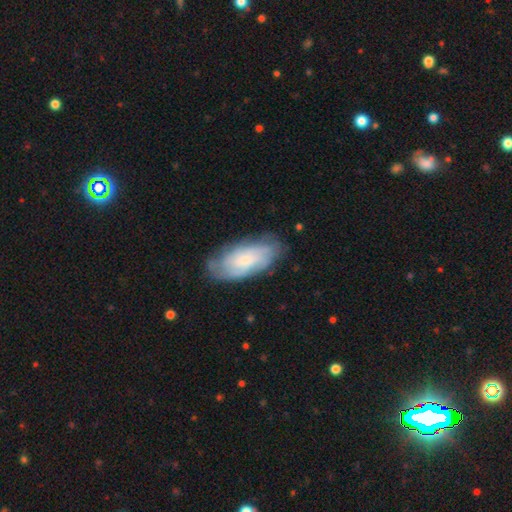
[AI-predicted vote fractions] A featured or disk galaxy (55%) with no bar (68%), spiral arms (81%) and a small central bulge (61%).

Vote fractions:
- Smooth or featured? featured or disk: 55% / smooth: 38% / star or artifact: 7%
- Edge-on disk? no: 91% / yes: 9%
- Bar? no: 68% / weak: 27% / strong: 4%
- Spiral arms? yes: 81% / no: 19%
- Bulge size? small: 61% / moderate: 26% / none: 8% / large: 4% / dominant: 1%
- Merging? none: 70% / minor disturbance: 22% / major disturbance: 7% / merger: 1%